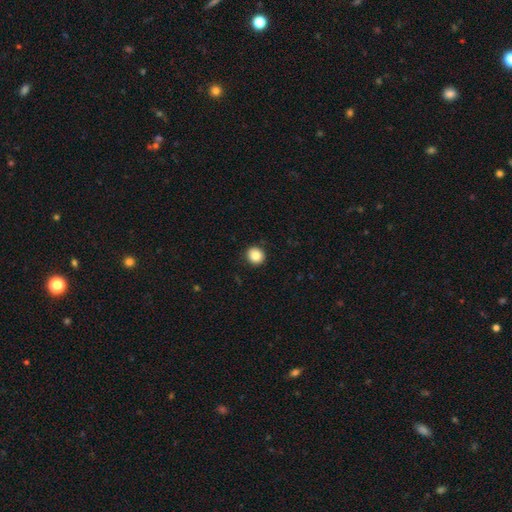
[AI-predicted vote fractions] Q: Smooth or featured?
A: smooth (84%); runner-up: star or artifact (9%)
Q: How rounded?
A: round (87%); runner-up: in between (12%)
Q: Merging?
A: none (91%); runner-up: minor disturbance (6%)